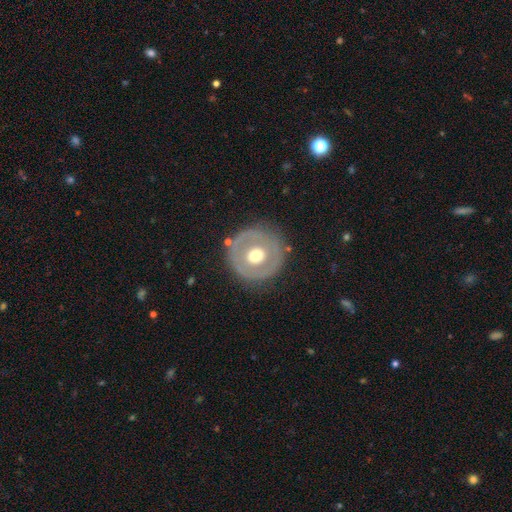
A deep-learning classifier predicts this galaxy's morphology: Q: Smooth or featured?
A: featured or disk (50%); runner-up: smooth (44%)
Q: Merging?
A: none (79%); runner-up: minor disturbance (12%)